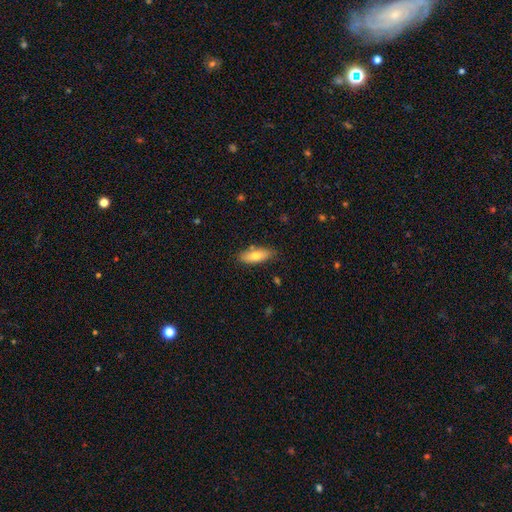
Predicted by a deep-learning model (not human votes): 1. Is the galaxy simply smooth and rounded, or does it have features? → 74% smooth, 20% featured or disk, 7% star or artifact.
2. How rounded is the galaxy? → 68% in between, 30% cigar-shaped, 2% round.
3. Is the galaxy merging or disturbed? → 82% none, 13% minor disturbance, 3% merger, 2% major disturbance.